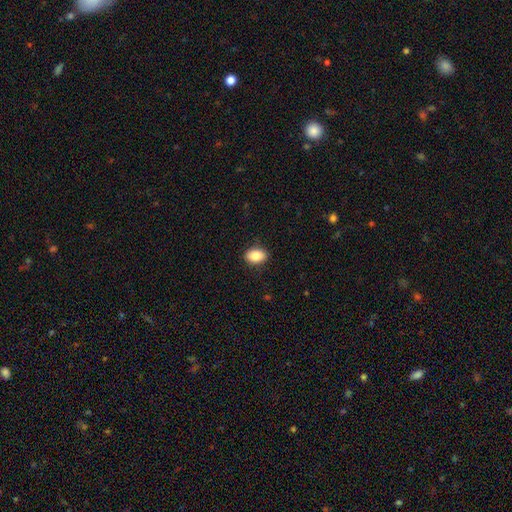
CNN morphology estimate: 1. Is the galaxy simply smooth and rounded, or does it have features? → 87% smooth, 8% star or artifact, 5% featured or disk.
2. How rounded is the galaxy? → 83% in between, 16% round, 1% cigar-shaped.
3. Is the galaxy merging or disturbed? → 88% none, 9% minor disturbance, 2% major disturbance, 1% merger.